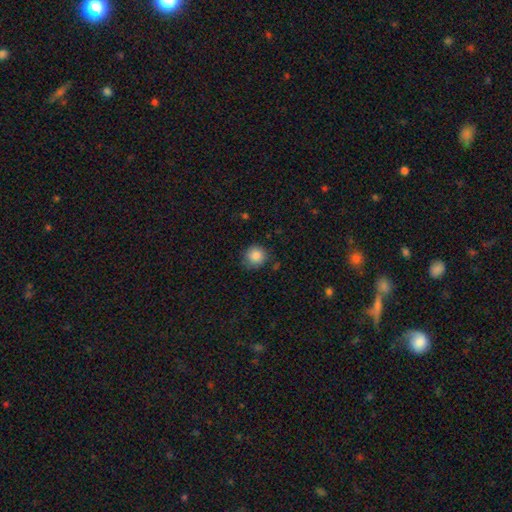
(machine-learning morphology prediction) Smooth or featured: smooth — 86% (star or artifact — 9%)
How rounded: round — 91% (in between — 9%)
Merging: none — 79% (minor disturbance — 16%)